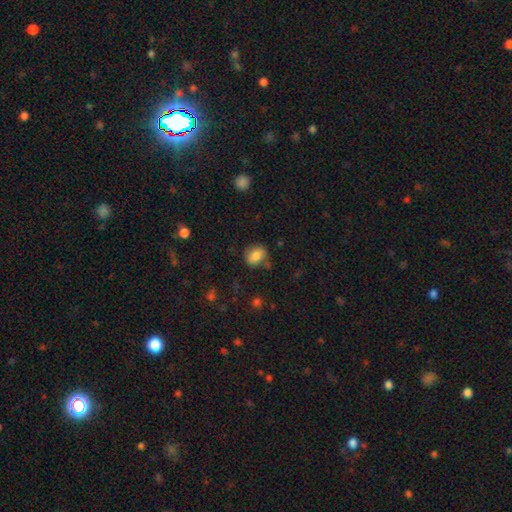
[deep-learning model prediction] Smooth or featured?
  - smooth: 82% *
  - star or artifact: 9%
  - featured or disk: 8%
How rounded?
  - in between: 59% *
  - round: 40%
  - cigar-shaped: 1%
Merging?
  - none: 69% *
  - minor disturbance: 20%
  - major disturbance: 6%
  - merger: 4%